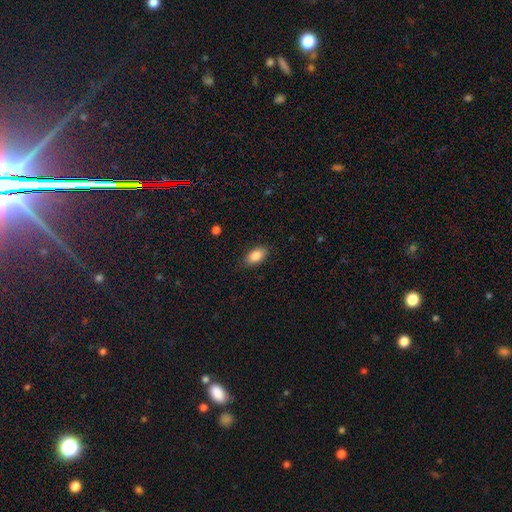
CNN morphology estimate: This appears to be a smooth galaxy with no disk features (85%) that is in between round and cigar-shaped (90%). Merging: none (85%).